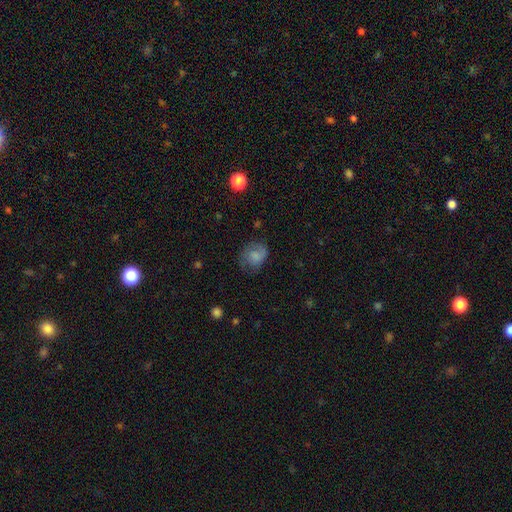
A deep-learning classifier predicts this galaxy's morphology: smooth-or-featured: smooth: 66% | featured or disk: 25% | star or artifact: 10%
  how-rounded: round: 55% | in between: 44% | cigar-shaped: 1%
  merging: none: 56% | minor disturbance: 27% | major disturbance: 16% | merger: 2%